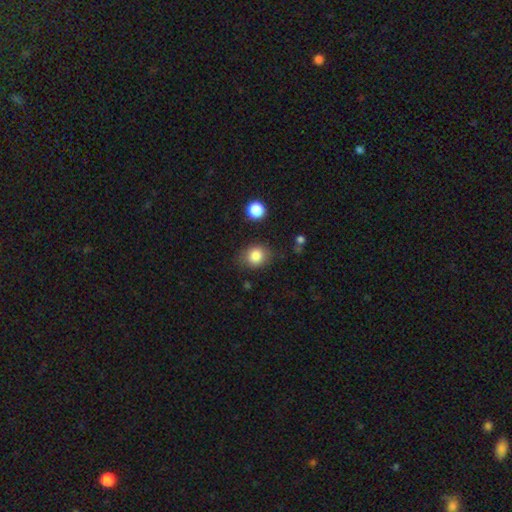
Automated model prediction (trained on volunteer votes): Overall: smooth (85%). How rounded: round (68%; in between 31%). Merging: none (77%).